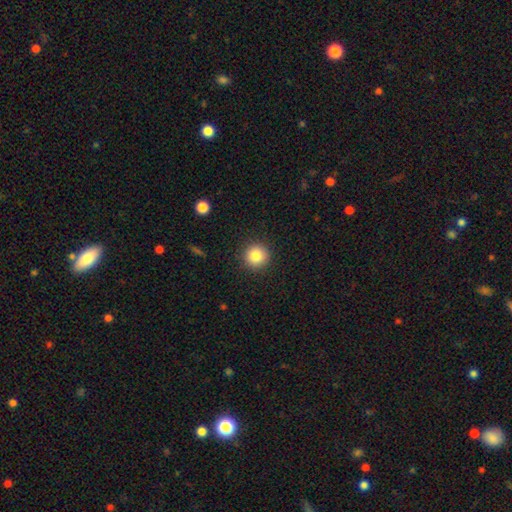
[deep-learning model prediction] This appears to be a smooth galaxy with no disk features (84%) that is round (94%). Merging: none (91%).